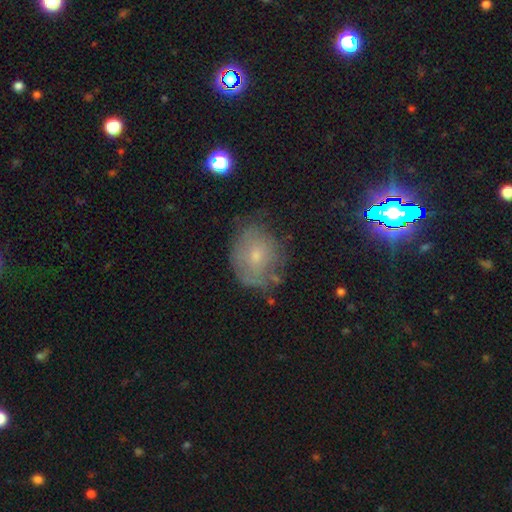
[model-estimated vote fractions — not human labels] Smooth or featured?
  - smooth: 51% *
  - featured or disk: 34%
  - star or artifact: 15%
How rounded?
  - round: 52% *
  - in between: 47%
  - cigar-shaped: 1%
Merging?
  - none: 62% *
  - minor disturbance: 26%
  - major disturbance: 10%
  - merger: 3%